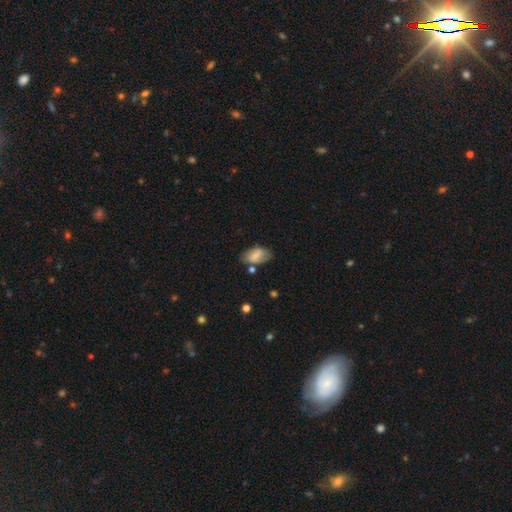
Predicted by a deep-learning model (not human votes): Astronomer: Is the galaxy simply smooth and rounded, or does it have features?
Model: smooth — 71%.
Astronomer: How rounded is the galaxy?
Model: in between — 92%.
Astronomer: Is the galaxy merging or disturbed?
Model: none — 62%.